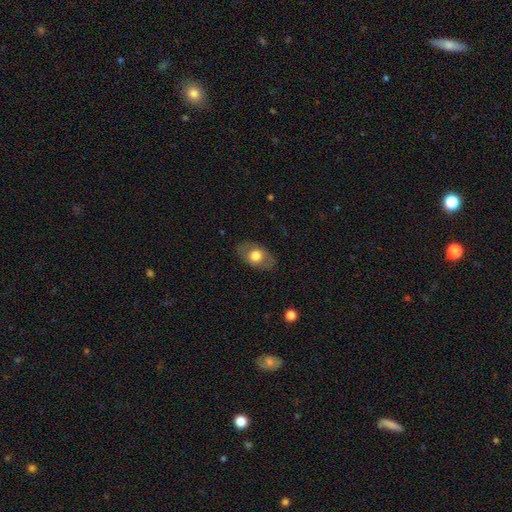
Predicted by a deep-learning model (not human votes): Q: Smooth or featured?
A: smooth (60%); runner-up: featured or disk (33%)
Q: How rounded?
A: in between (84%); runner-up: round (14%)
Q: Merging?
A: none (81%); runner-up: minor disturbance (13%)